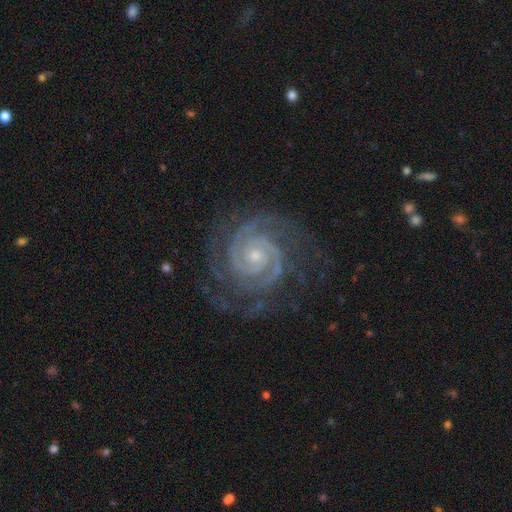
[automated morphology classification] smooth-or-featured: featured or disk: 93% | star or artifact: 5% | smooth: 3%
  disk-edge-on: no: 98% | yes: 2%
    bar: no: 74% | weak: 19% | strong: 7%
    has-spiral-arms: yes: 99% | no: 1%
      spiral-winding: tight: 79% | medium: 19% | loose: 2%
      spiral-arm-count: 2: 68% | 3: 13% | can't tell: 7% | 4: 5% | more than 4: 4% | 1: 4%
    bulge-size: small: 71% | moderate: 26% | none: 2% | large: 1% | dominant: 1%
  merging: none: 75% | minor disturbance: 16% | major disturbance: 8% | merger: 1%